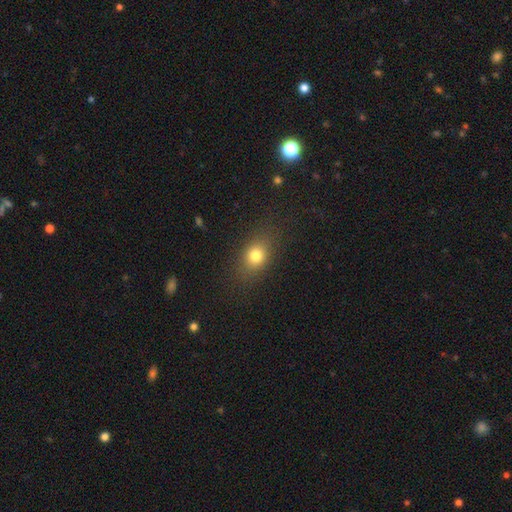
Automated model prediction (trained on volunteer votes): smooth_or_featured: smooth (p=0.77) [alt: star or artifact p=0.13]
how_rounded: in between (p=0.55) [alt: round p=0.43]
merging: none (p=0.81) [alt: minor disturbance p=0.12]